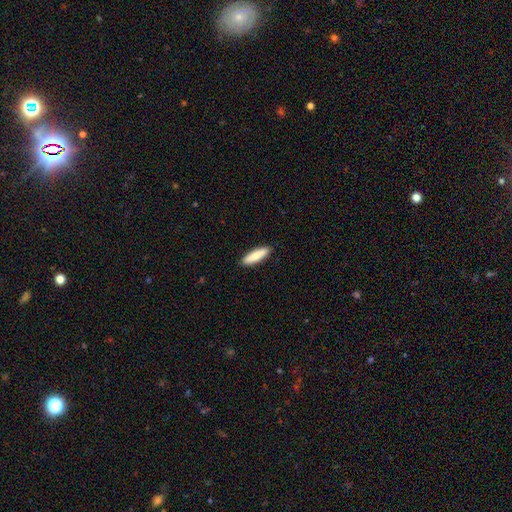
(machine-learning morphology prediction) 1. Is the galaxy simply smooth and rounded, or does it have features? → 81% smooth, 14% featured or disk, 5% star or artifact.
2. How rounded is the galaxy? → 71% cigar-shaped, 27% in between, 1% round.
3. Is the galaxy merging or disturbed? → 91% none, 7% minor disturbance, 1% major disturbance, 1% merger.